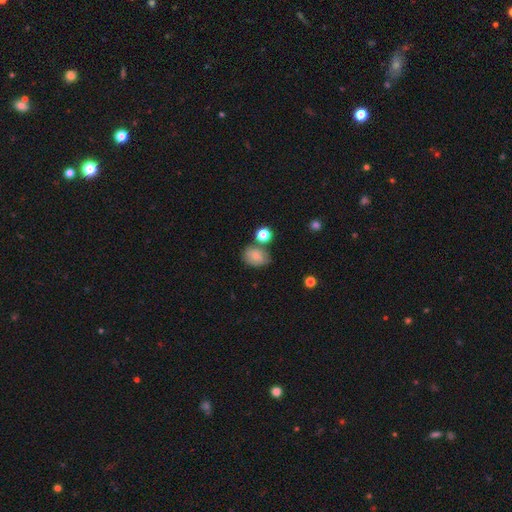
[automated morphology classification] A smooth galaxy with no disk features (80%) that is in between round and cigar-shaped (63%).

Vote fractions:
- Smooth or featured? smooth: 80% / star or artifact: 10% / featured or disk: 10%
- How rounded? in between: 63% / round: 36% / cigar-shaped: 1%
- Merging? none: 60% / minor disturbance: 21% / merger: 12% / major disturbance: 7%